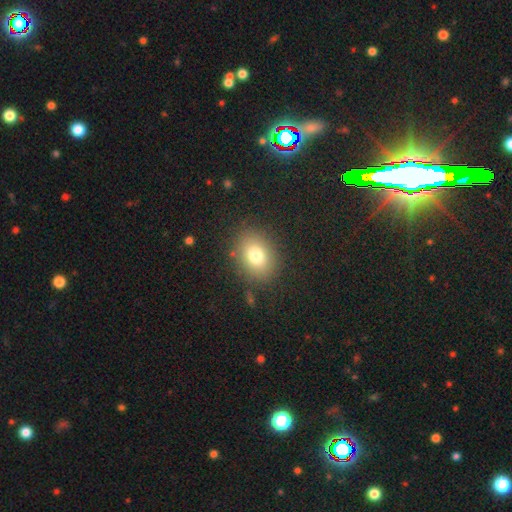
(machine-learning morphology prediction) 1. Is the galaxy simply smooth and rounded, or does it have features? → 77% smooth, 12% star or artifact, 11% featured or disk.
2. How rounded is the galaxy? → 54% in between, 45% round, 1% cigar-shaped.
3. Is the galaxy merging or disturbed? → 85% none, 10% minor disturbance, 4% major disturbance, 2% merger.